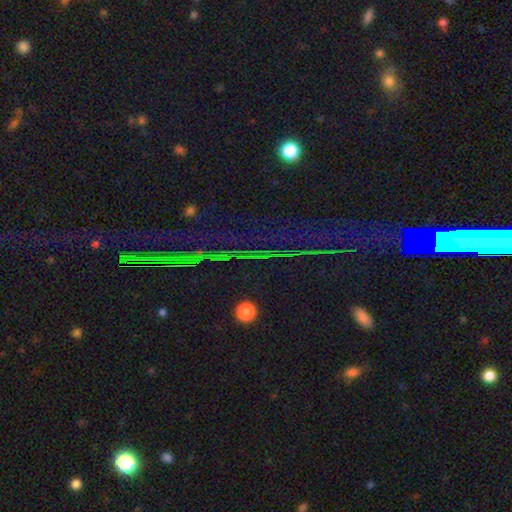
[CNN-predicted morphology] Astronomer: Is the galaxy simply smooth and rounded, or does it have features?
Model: star or artifact — 77%.